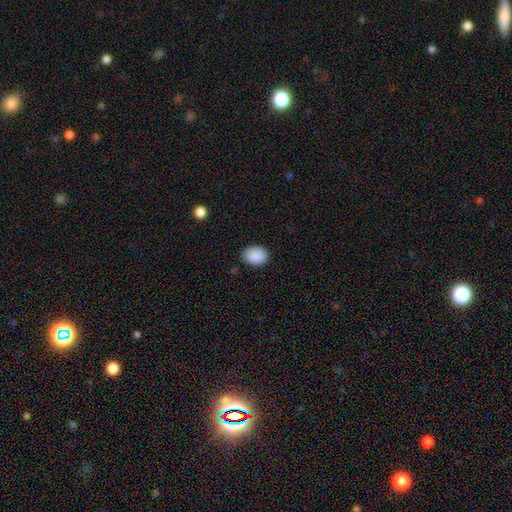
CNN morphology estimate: This appears to be a smooth galaxy with no disk features (90%) that is in between round and cigar-shaped (68%). Merging: none (83%).